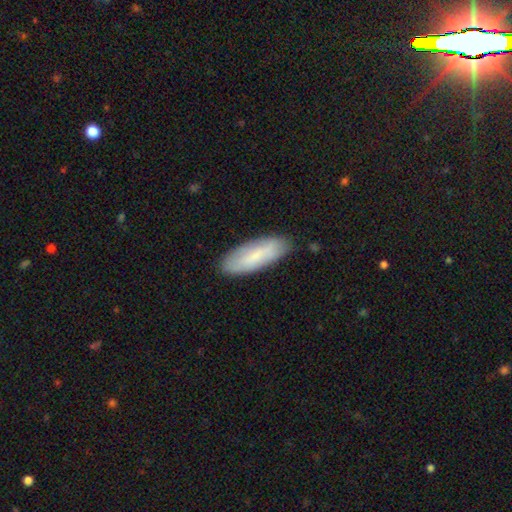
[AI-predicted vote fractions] A smooth galaxy with no disk features (72%) that is in between round and cigar-shaped (61%). Merging: none (84%).